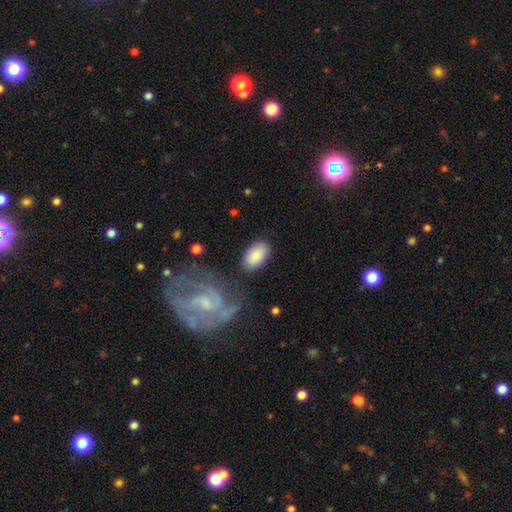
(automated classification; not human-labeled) Smooth or featured?
  - smooth: 86% *
  - featured or disk: 8%
  - star or artifact: 6%
How rounded?
  - in between: 94% *
  - round: 4%
  - cigar-shaped: 2%
Merging?
  - none: 79% *
  - minor disturbance: 13%
  - major disturbance: 4%
  - merger: 4%